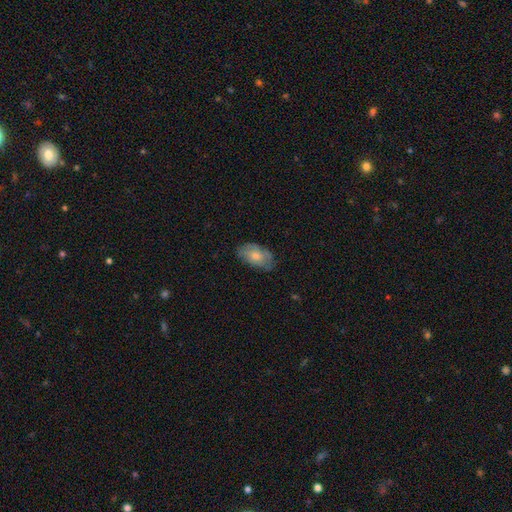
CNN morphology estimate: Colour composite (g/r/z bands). It shows a smooth galaxy with no disk features (67%) that is in between round and cigar-shaped (92%). Merging: none (66%).